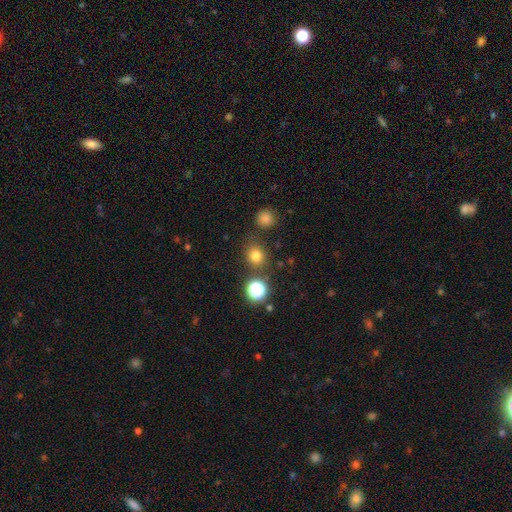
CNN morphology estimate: smooth_or_featured: smooth (p=0.75) [alt: star or artifact p=0.18]
how_rounded: round (p=0.79) [alt: in between p=0.20]
merging: none (p=0.79) [alt: minor disturbance p=0.11]